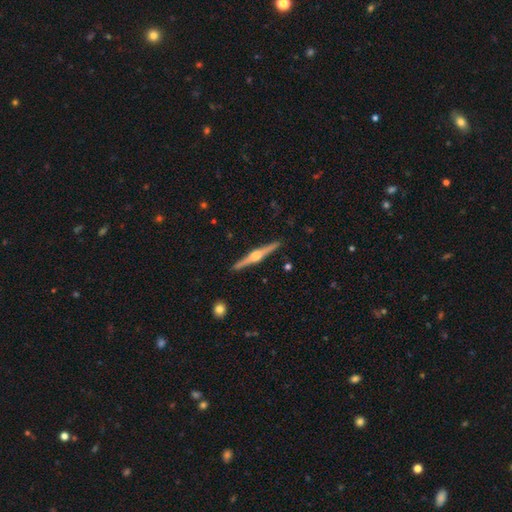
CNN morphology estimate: A featured or disk galaxy (84%) viewed edge-on (99%) with a rounded central bulge (94%). Merging: none (92%).